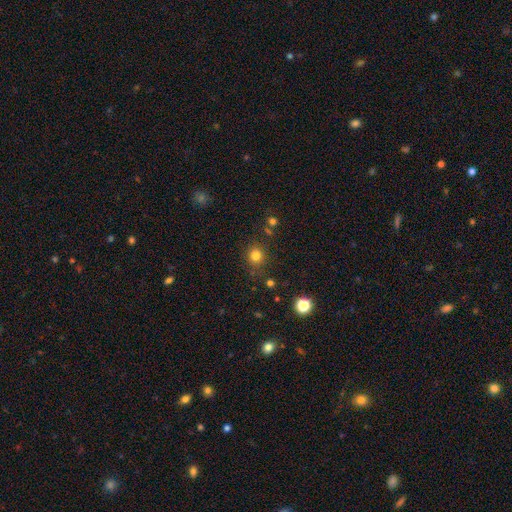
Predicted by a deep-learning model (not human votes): This is likely a smooth galaxy (80%). How rounded: clearly round (86%). Merging: clearly none (83%).